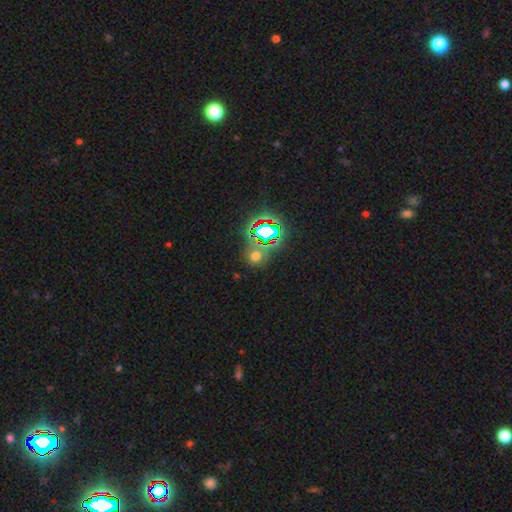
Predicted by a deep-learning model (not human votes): Overall: star or artifact (47%; smooth 44%).